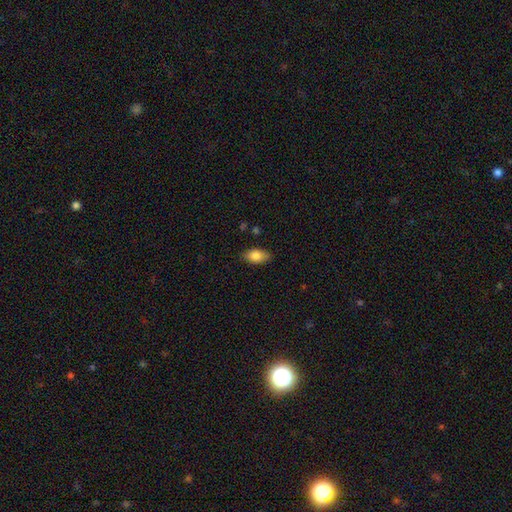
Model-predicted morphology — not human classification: A smooth galaxy with no disk features (83%) that is in between round and cigar-shaped (91%). Merging: none (86%).